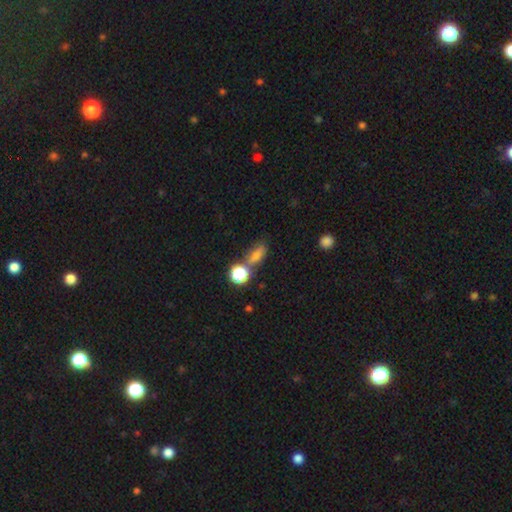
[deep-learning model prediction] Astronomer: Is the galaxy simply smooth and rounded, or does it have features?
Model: smooth — 69%.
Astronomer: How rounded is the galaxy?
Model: in between — 58%.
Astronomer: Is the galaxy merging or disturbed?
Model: none — 57%.